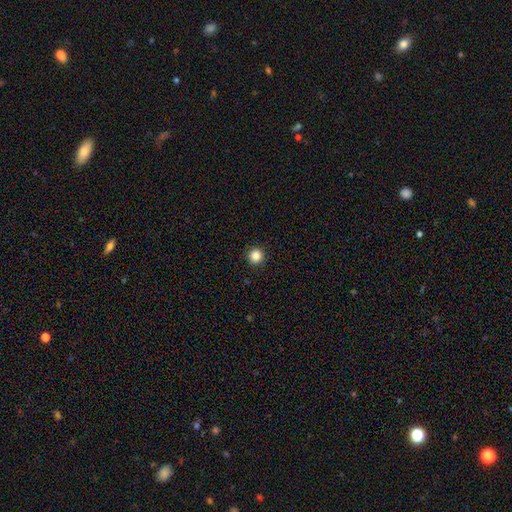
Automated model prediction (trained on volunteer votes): smooth 85%, star or artifact 11%, featured or disk 4%. Down the decision tree: how rounded — round (95%); merging — none (93%).